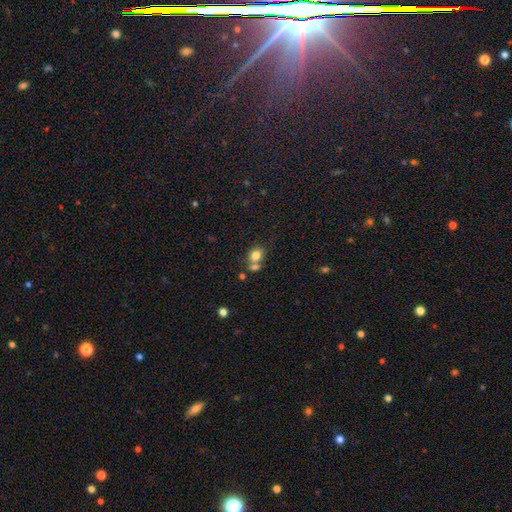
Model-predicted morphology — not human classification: A smooth galaxy with no disk features (79%) that is round (53%). Merging: none (48%).